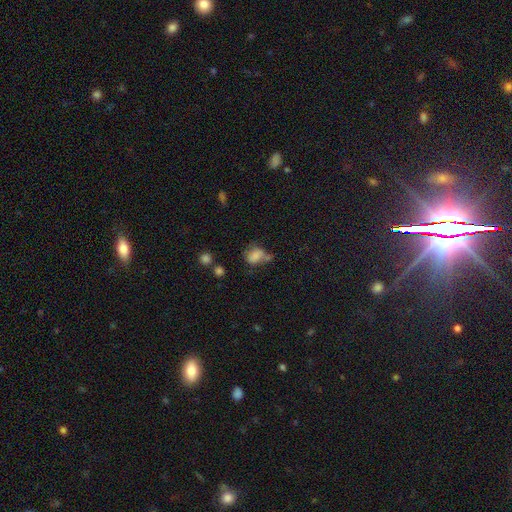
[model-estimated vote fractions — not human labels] A smooth galaxy with no disk features (70%) that is in between round and cigar-shaped (71%).

Vote fractions:
- Smooth or featured? smooth: 70% / featured or disk: 16% / star or artifact: 13%
- How rounded? in between: 71% / round: 27% / cigar-shaped: 2%
- Merging? none: 27% (tied) / merger: 27% (tied) / minor disturbance: 24% / major disturbance: 22%